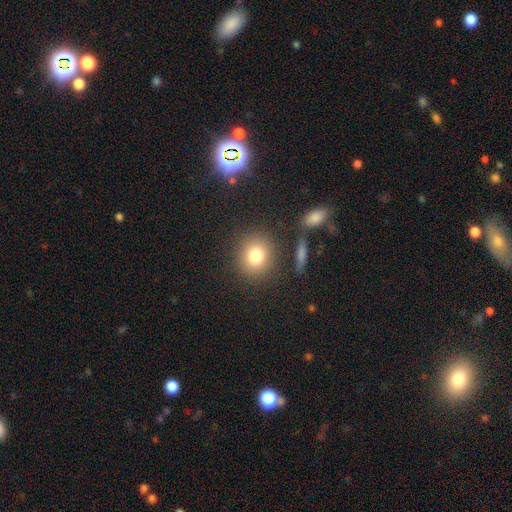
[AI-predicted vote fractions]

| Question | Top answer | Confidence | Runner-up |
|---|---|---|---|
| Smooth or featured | smooth | 80% | star or artifact (11%) |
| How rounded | round | 76% | in between (23%) |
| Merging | none | 83% | minor disturbance (9%) |